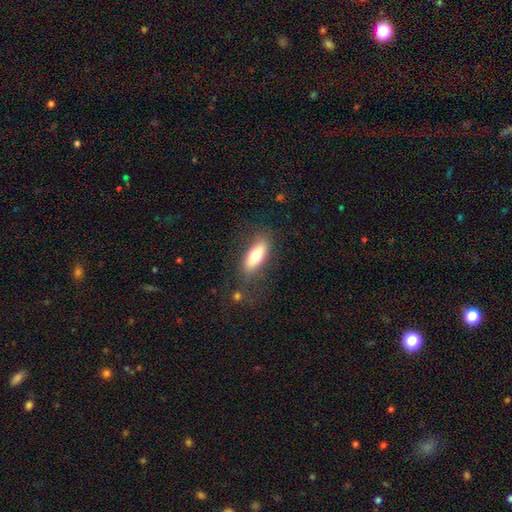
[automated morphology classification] This appears to be a smooth galaxy with no disk features (72%) that is in between round and cigar-shaped (64%). Merging: none (77%).